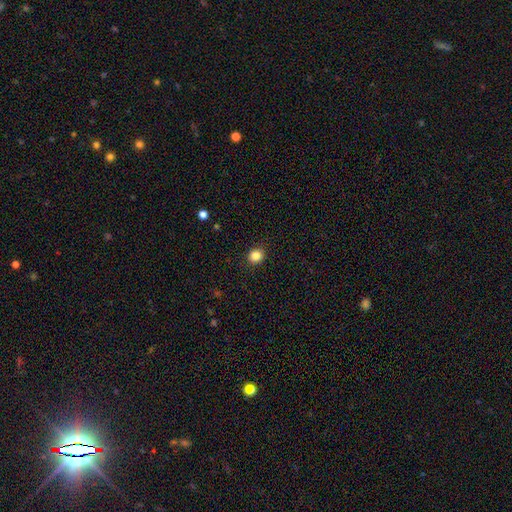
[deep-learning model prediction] Smooth or featured? smooth (85%)
How rounded? round (76%)
Merging? none (90%)